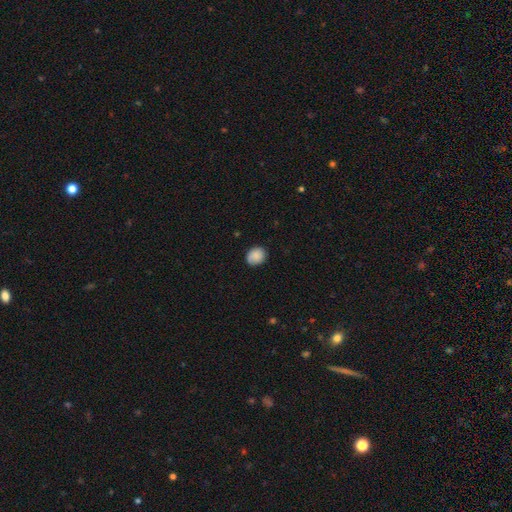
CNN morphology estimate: smooth_or_featured: smooth (p=0.86) [alt: star or artifact p=0.08]
how_rounded: round (p=0.66) [alt: in between p=0.34]
merging: none (p=0.82) [alt: minor disturbance p=0.15]